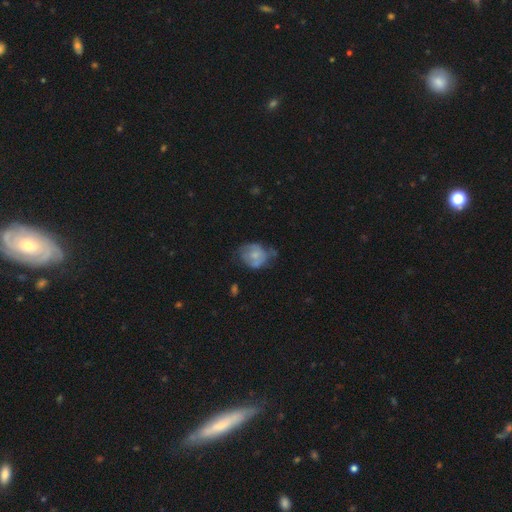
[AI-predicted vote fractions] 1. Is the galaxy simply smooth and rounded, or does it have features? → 55% smooth, 38% featured or disk, 8% star or artifact.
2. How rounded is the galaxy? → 55% round, 44% in between, 1% cigar-shaped.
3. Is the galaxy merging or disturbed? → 38% none, 36% minor disturbance, 21% major disturbance, 5% merger.